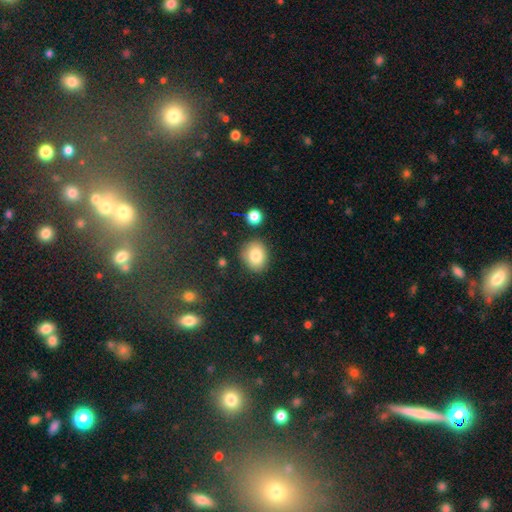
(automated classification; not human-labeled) Smooth or featured? smooth (83%)
How rounded? round (57%)
Merging? none (81%)